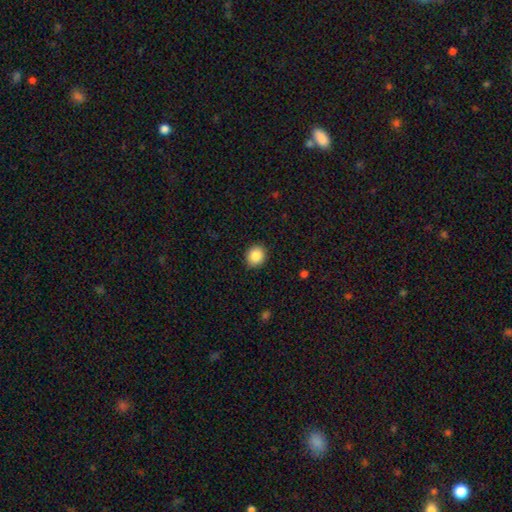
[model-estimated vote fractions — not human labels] smooth 87%, star or artifact 9%, featured or disk 4%. Down the decision tree: how rounded — round (79%); merging — none (90%).